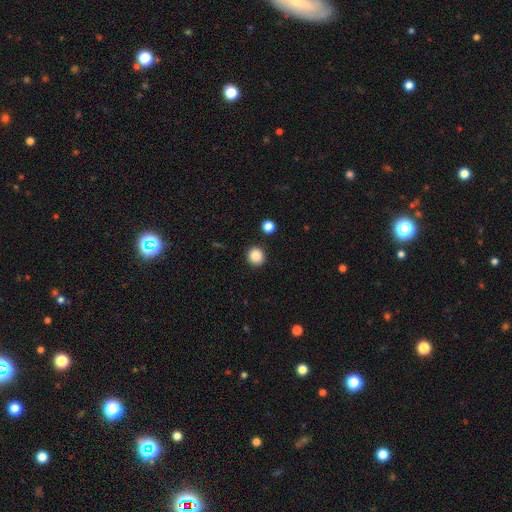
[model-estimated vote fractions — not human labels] A smooth galaxy with no disk features (87%) that is round (91%). Merging: none (91%).